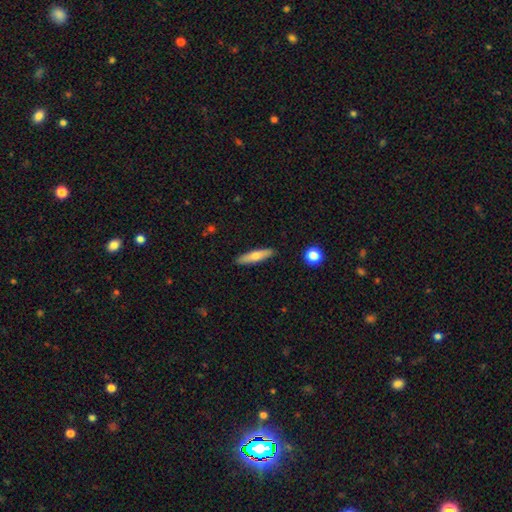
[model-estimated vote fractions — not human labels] Smooth or featured? smooth (62%)
How rounded? cigar-shaped (78%)
Merging? none (90%)